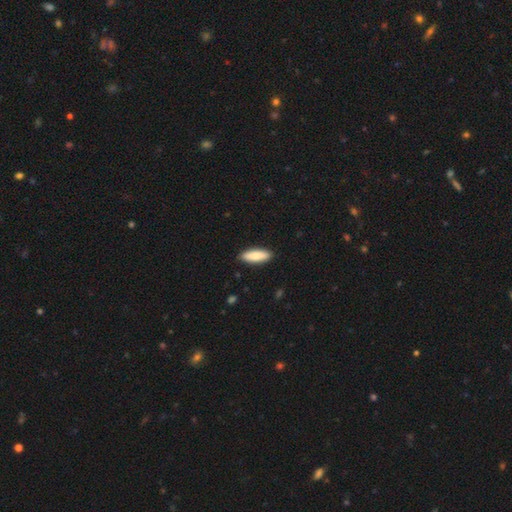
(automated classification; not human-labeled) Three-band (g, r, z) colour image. It shows a smooth galaxy with no disk features (85%) that is in between round and cigar-shaped (54%). Merging: none (90%).